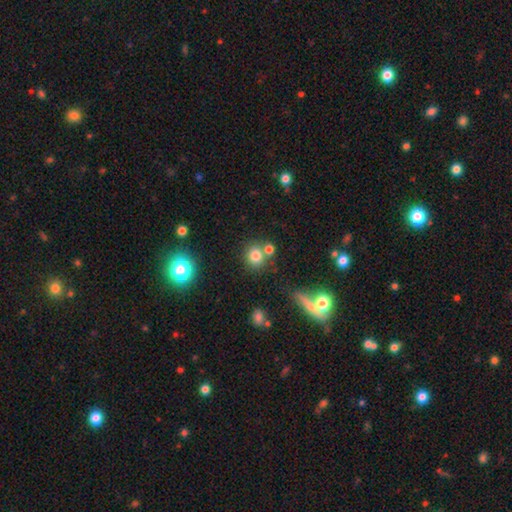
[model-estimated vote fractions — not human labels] Smooth or featured? smooth (76%)
How rounded? round (86%)
Merging? none (65%)